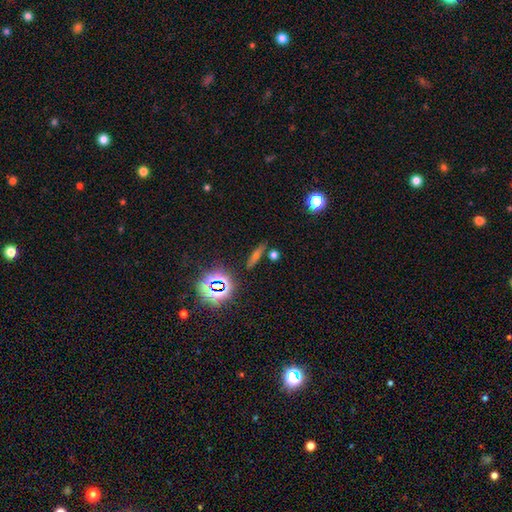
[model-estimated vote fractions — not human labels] smooth-or-featured: smooth: 40% | star or artifact: 31% | featured or disk: 29%
  merging: none: 80% | minor disturbance: 10% | merger: 7% | major disturbance: 4%